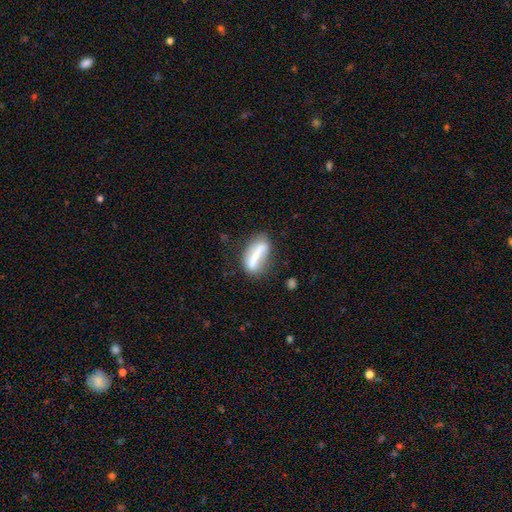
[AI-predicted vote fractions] This is possibly a smooth galaxy (50%). Merging: likely none (62%).